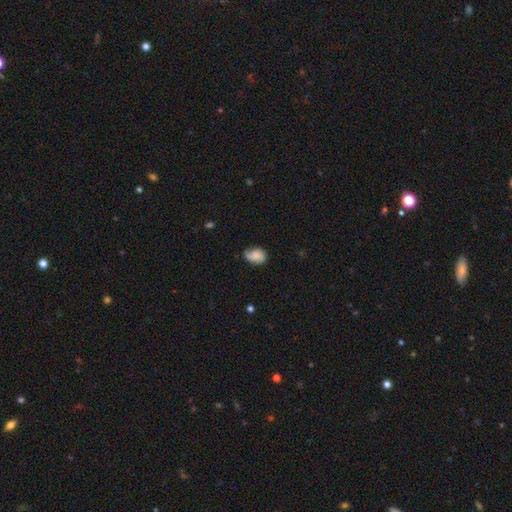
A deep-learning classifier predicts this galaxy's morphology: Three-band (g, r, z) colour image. It shows a smooth galaxy with no disk features (65%) that is in between round and cigar-shaped (69%). Merging: none (57%).